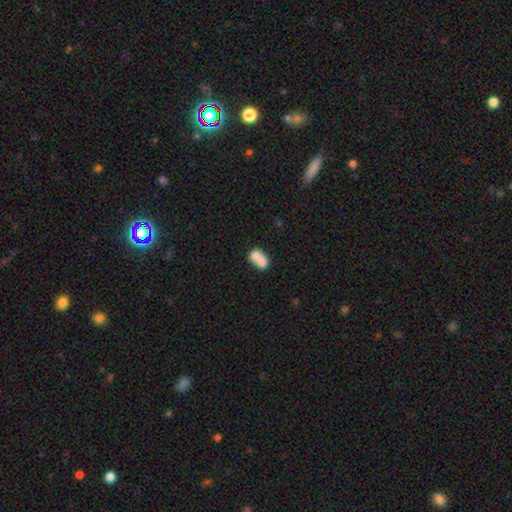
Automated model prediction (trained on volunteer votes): Smooth or featured: smooth — 70% (featured or disk — 21%)
How rounded: in between — 57% (round — 41%)
Merging: merger — 73% (none — 18%)